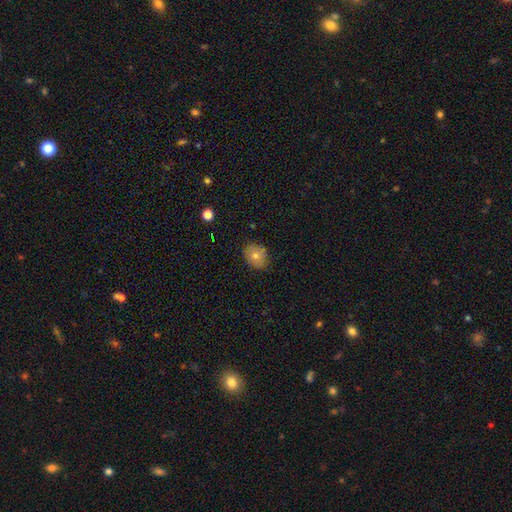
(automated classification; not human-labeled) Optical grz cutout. It shows a smooth galaxy with no disk features (69%) that is round (54%). Merging: none (83%).